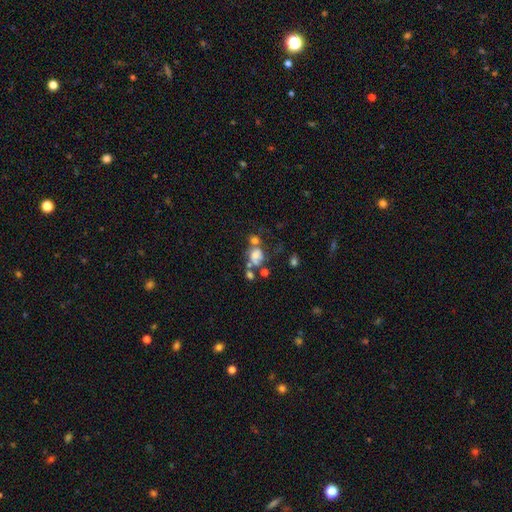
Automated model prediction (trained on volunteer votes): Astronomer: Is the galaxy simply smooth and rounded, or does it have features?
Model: smooth — 55%.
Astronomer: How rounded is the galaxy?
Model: round — 51% (runner-up: in between, 47%).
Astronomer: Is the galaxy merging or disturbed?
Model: merger — 40% (runner-up: none, 27%).